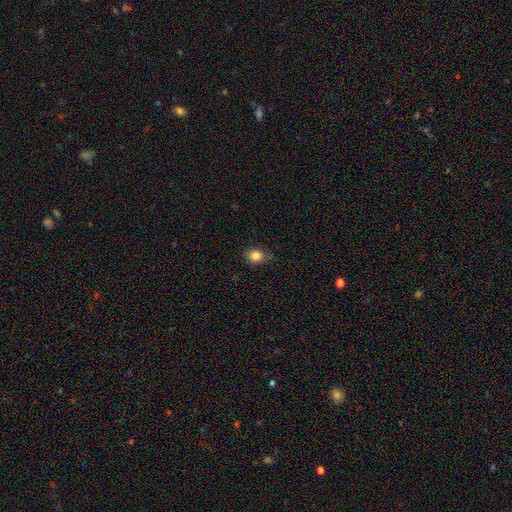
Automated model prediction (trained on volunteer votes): Overall: smooth (84%). How rounded: round (53%; in between 46%). Merging: none (71%).